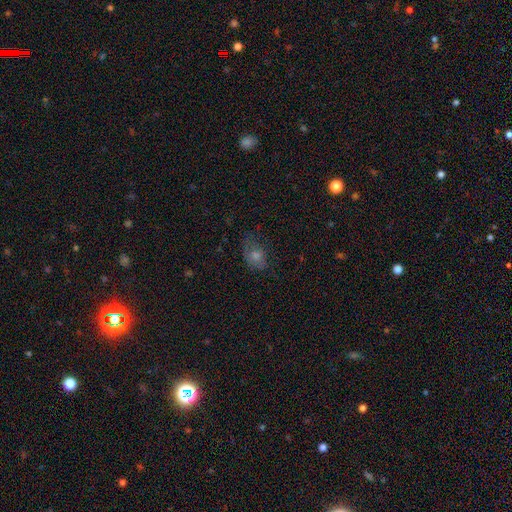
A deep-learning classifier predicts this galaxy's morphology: Smooth or featured: smooth — 54% (featured or disk — 28%)
How rounded: in between — 61% (round — 37%)
Merging: none — 56% (minor disturbance — 27%)